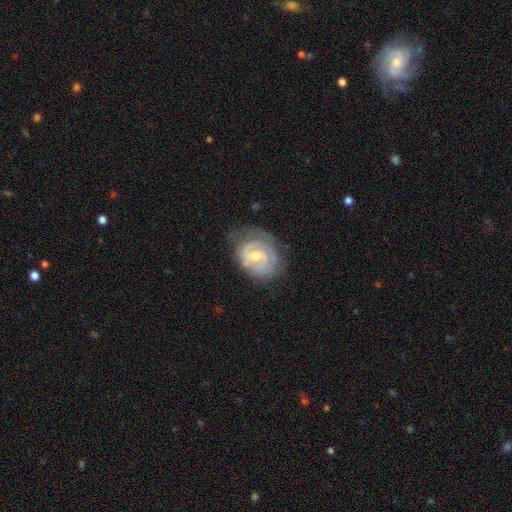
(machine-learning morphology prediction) The model was most divided on "bar" (2-way tie): weak: 44%, no: 44%, strong: 11%. More confident: edge-on disk — no (97%); spiral arms — yes (83%); smooth or featured — featured or disk (76%); merging — none (63%); bulge size — moderate (58%); spiral winding — tight (57%); spiral arm count — 2 (50%).